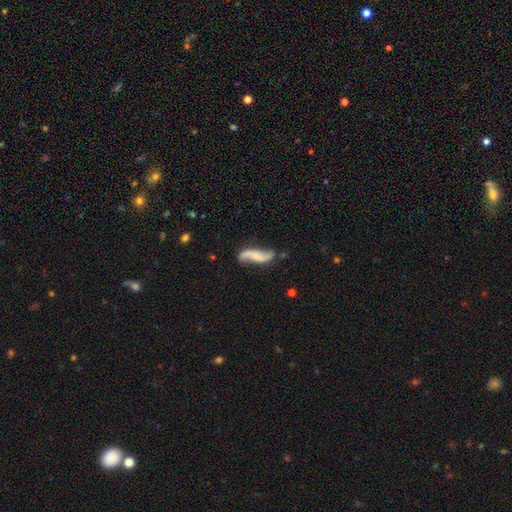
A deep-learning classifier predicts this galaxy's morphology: Smooth or featured: featured or disk — 76% (smooth — 18%)
Edge-on disk: no — 91% (yes — 9%)
Bar: no — 53% (weak — 30%)
Spiral arms: yes — 93% (no — 7%)
Spiral winding: loose — 89% (medium — 8%)
Spiral arm count: 2 — 92% (1 — 3%)
Bulge size: none — 47% (small — 33%)
Merging: none — 69% (minor disturbance — 19%)